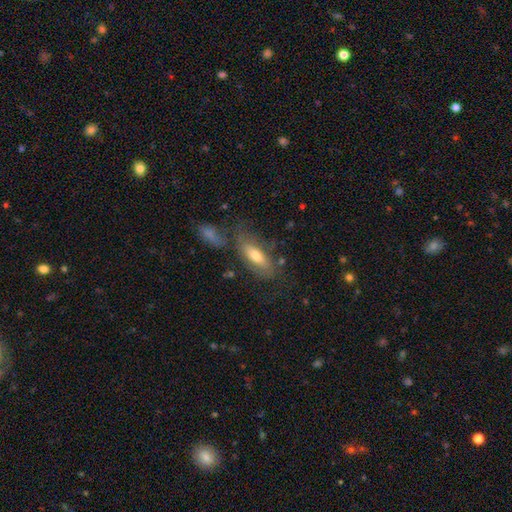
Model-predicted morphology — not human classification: A smooth galaxy with no disk features (51%) that is in between round and cigar-shaped (66%). Merging: none (55%).